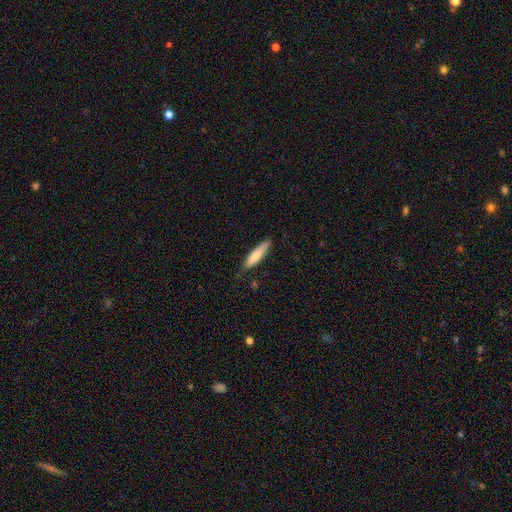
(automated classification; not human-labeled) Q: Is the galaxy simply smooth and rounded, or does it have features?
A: smooth — 73%.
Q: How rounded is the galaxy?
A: cigar-shaped — 81%.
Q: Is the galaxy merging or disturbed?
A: none — 81%.